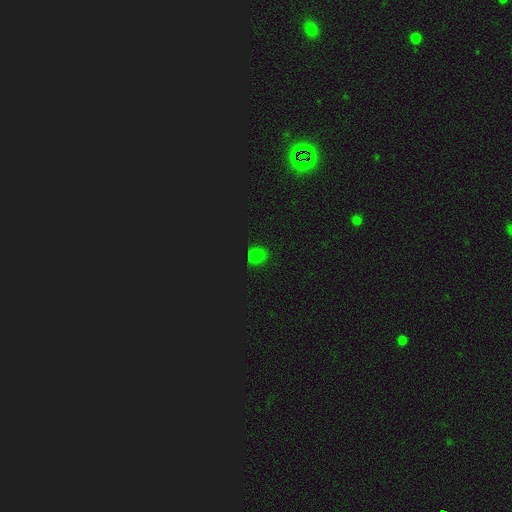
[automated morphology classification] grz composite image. It shows a smooth galaxy with no disk features (66%) that is round (83%). Merging: none (80%).